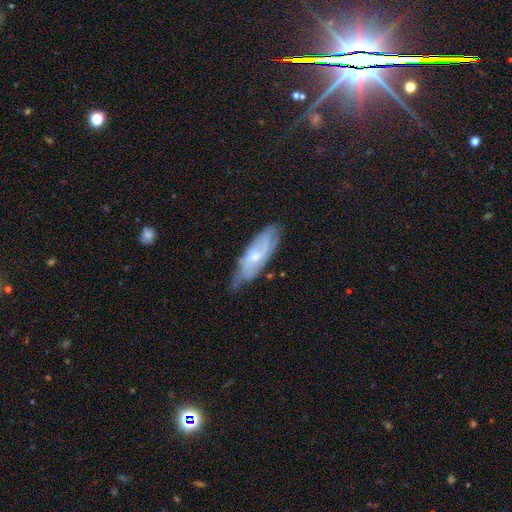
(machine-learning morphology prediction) Smooth or featured? featured or disk (57%)
Edge-on disk? no (77%)
Merging? none (60%)